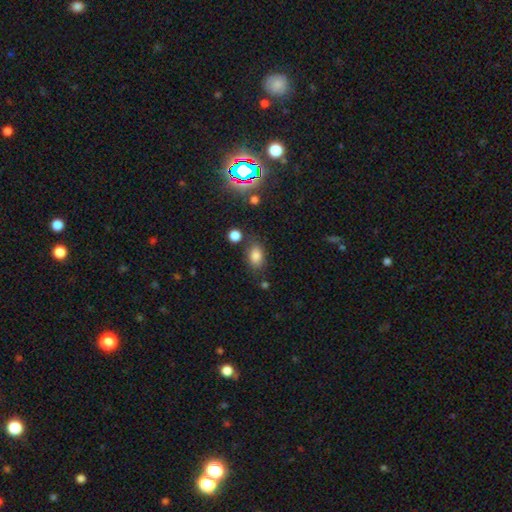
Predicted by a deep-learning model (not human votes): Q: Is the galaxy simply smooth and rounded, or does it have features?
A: smooth — 81%.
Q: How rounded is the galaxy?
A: in between — 82%.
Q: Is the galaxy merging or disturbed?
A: none — 72%.